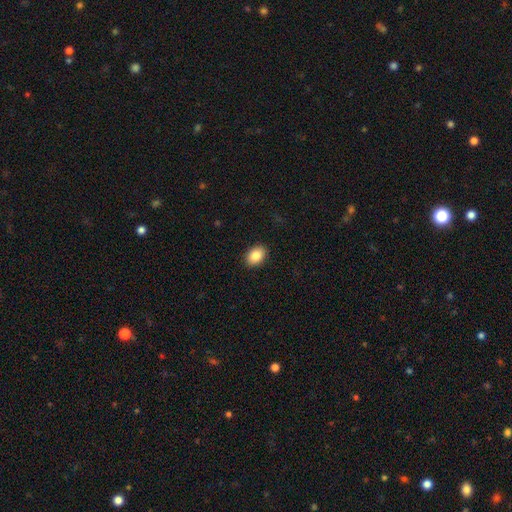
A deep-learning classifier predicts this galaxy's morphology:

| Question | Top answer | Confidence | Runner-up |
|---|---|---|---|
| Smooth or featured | smooth | 85% | star or artifact (8%) |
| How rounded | in between | 78% | round (21%) |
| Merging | none | 90% | minor disturbance (7%) |